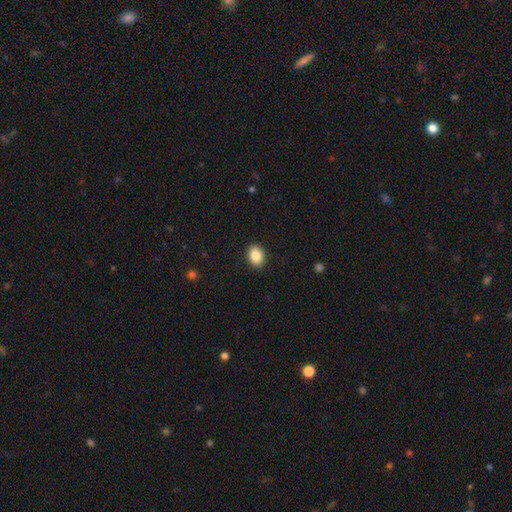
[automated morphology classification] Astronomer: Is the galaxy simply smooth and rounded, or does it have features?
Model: smooth — 87%.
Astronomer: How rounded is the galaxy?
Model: in between — 71%.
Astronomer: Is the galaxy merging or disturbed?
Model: none — 91%.